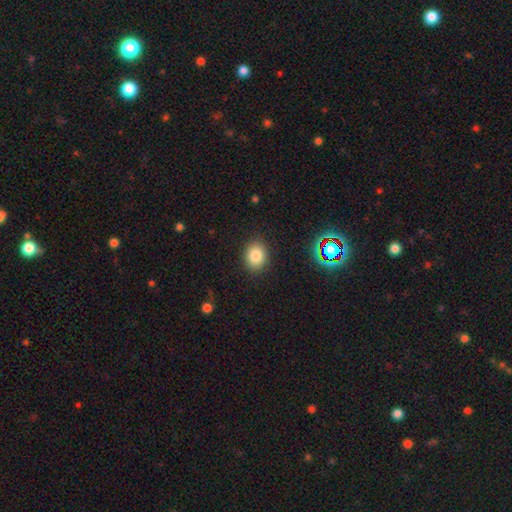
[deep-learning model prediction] The model was most divided on "how rounded": round: 51%, in between: 48%, cigar-shaped: 1%. More confident: merging — none (88%); smooth or featured — smooth (82%).